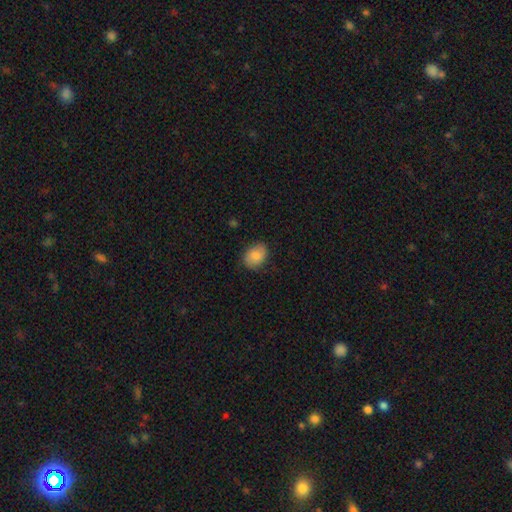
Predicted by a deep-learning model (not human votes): smooth_or_featured: smooth (p=0.82) [alt: featured or disk p=0.11]
how_rounded: in between (p=0.67) [alt: round p=0.32]
merging: none (p=0.82) [alt: minor disturbance p=0.14]